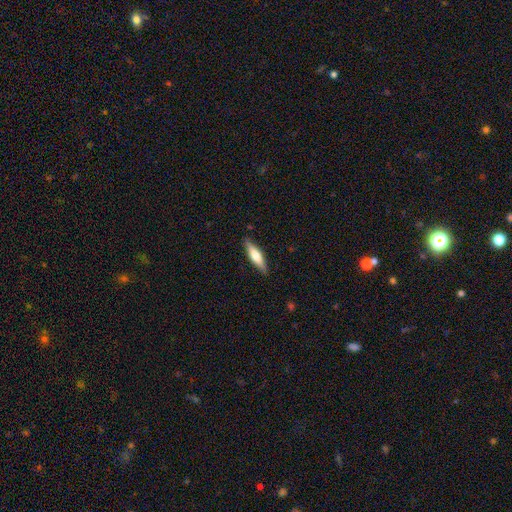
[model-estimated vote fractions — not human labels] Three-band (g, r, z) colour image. It shows a smooth galaxy with no disk features (53%) that is cigar-shaped (68%). Merging: none (87%).